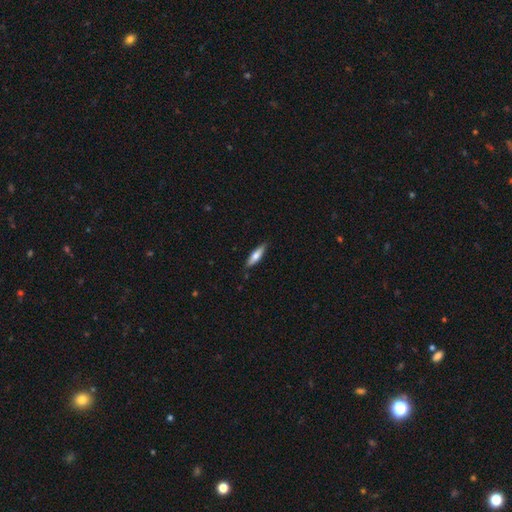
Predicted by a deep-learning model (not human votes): Smooth or featured: smooth — 66% (featured or disk — 29%)
How rounded: cigar-shaped — 65% (in between — 33%)
Merging: none — 86% (minor disturbance — 11%)